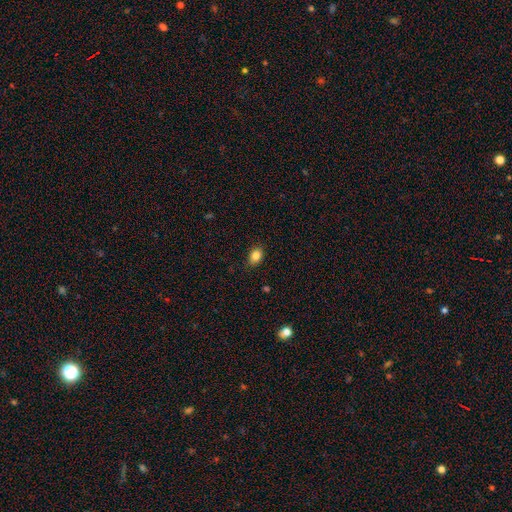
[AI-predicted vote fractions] Smooth or featured?
  - smooth: 84% *
  - star or artifact: 10%
  - featured or disk: 6%
How rounded?
  - in between: 67% *
  - round: 32%
  - cigar-shaped: 1%
Merging?
  - none: 82% *
  - minor disturbance: 15%
  - major disturbance: 3%
  - merger: 1%